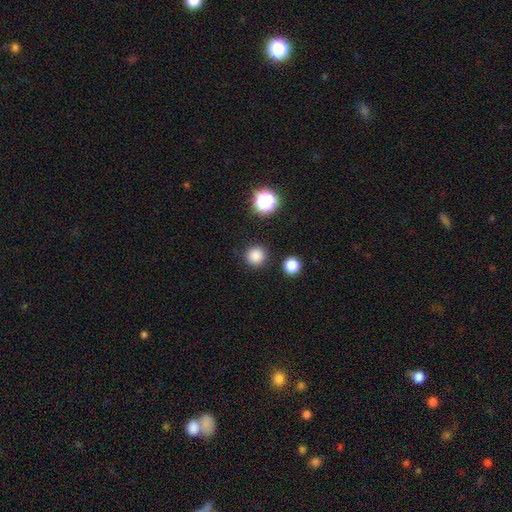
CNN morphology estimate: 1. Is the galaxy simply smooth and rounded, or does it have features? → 82% smooth, 14% star or artifact, 4% featured or disk.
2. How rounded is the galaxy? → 95% round, 4% in between, 1% cigar-shaped.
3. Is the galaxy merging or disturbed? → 87% none, 7% minor disturbance, 3% merger, 3% major disturbance.